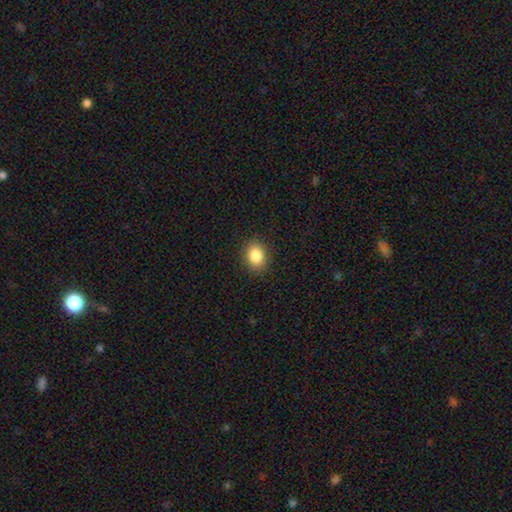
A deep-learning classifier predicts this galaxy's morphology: Smooth or featured? smooth (85%)
How rounded? in between (55%)
Merging? none (89%)